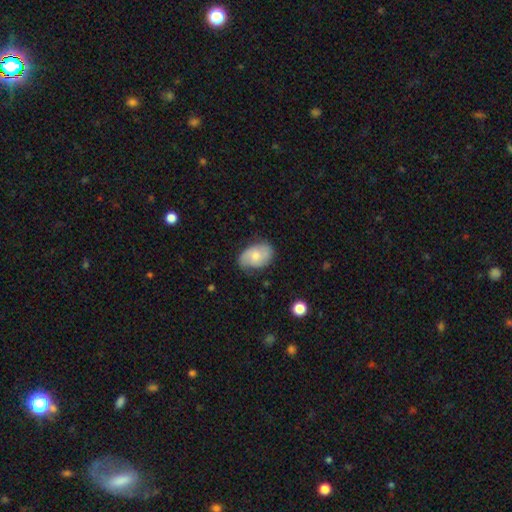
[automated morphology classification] smooth 47%, featured or disk 46%, star or artifact 7%. Down the decision tree: merging — none (73%).